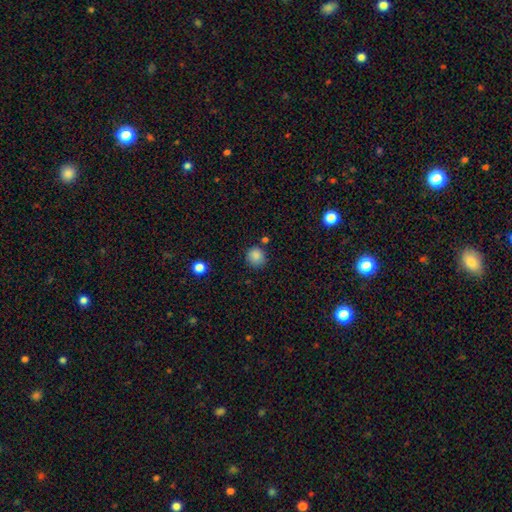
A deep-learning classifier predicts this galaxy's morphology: Smooth or featured? smooth (85%)
How rounded? round (91%)
Merging? none (80%)